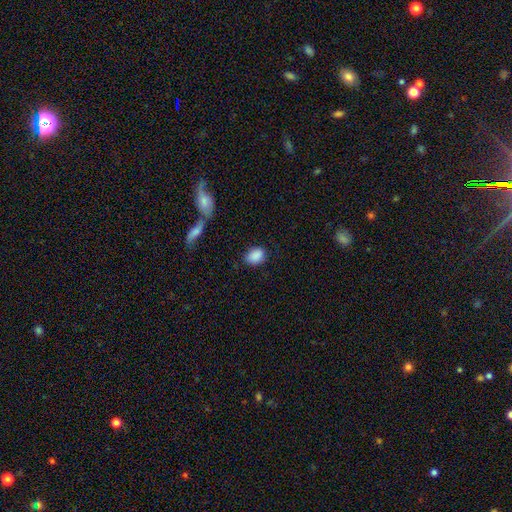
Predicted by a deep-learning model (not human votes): This appears to be a smooth galaxy with no disk features (88%) that is in between round and cigar-shaped (77%). Merging: none (74%).